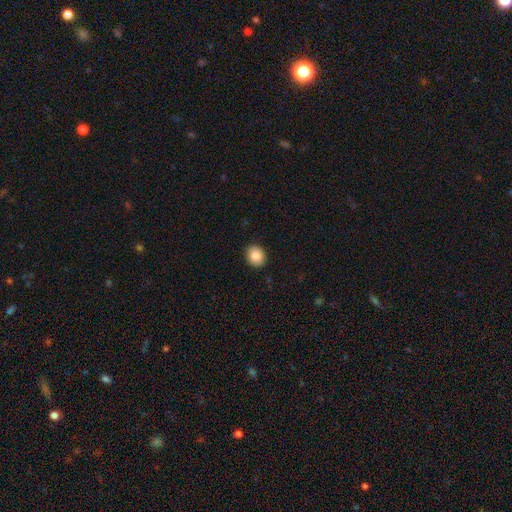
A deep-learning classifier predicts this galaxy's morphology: A smooth galaxy with no disk features (87%) that is round (65%). Merging: none (88%).